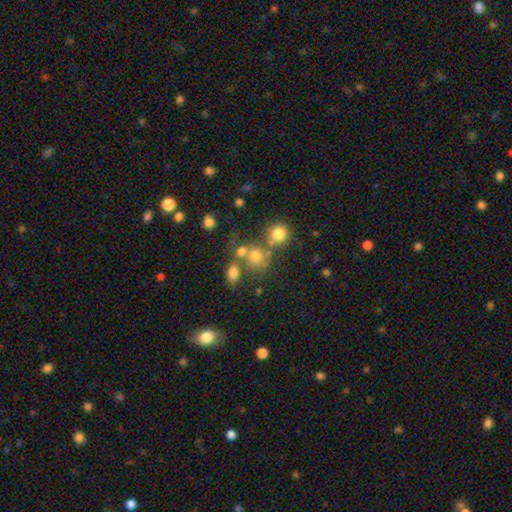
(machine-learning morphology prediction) This is possibly a smooth galaxy (59%). How rounded: clearly round (80%). Merging: possibly none (56%).